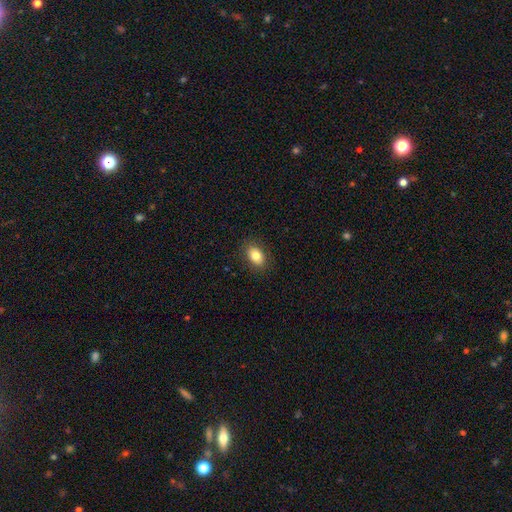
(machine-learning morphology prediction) smooth_or_featured: smooth (p=0.82) [alt: featured or disk p=0.09]
how_rounded: in between (p=0.83) [alt: round p=0.16]
merging: none (p=0.88) [alt: minor disturbance p=0.09]